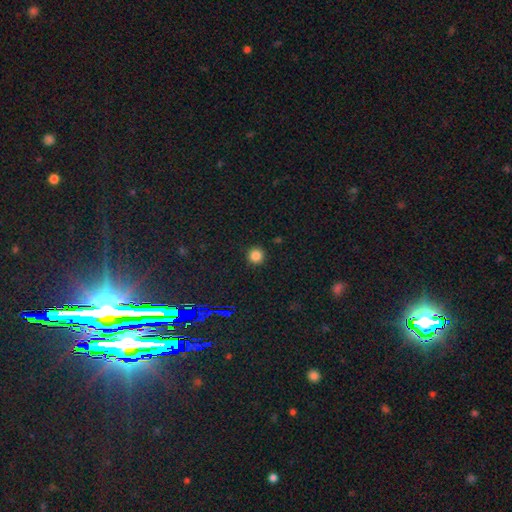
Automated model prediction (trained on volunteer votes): A smooth galaxy with no disk features (83%) that is round (95%). Merging: none (93%).